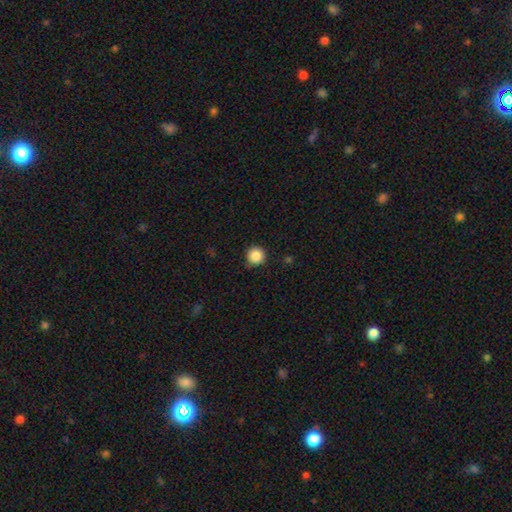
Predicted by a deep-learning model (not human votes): Overall: smooth (87%). How rounded: round (96%). Merging: none (89%).